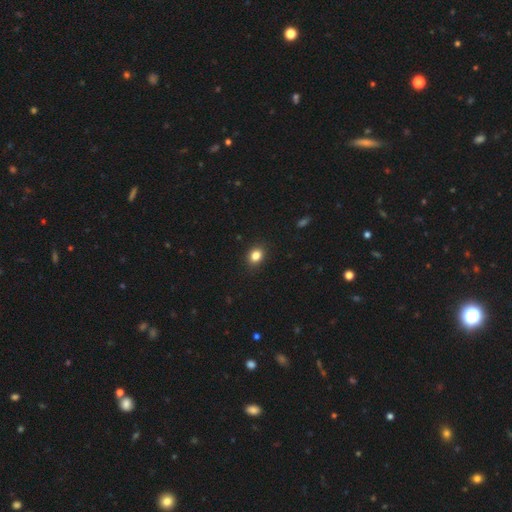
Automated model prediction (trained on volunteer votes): Smooth or featured: smooth — 84% (star or artifact — 11%)
How rounded: round — 52% (in between — 47%)
Merging: none — 89% (minor disturbance — 8%)